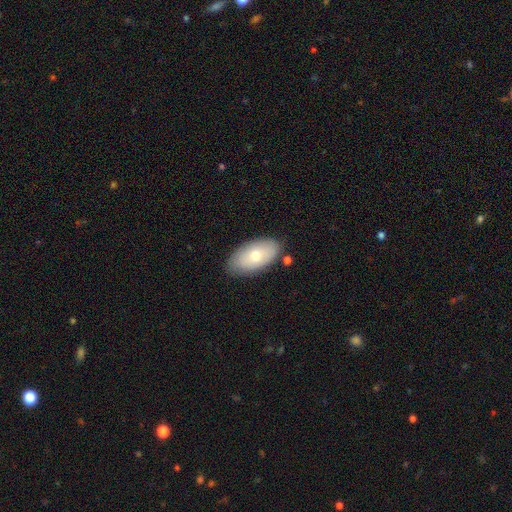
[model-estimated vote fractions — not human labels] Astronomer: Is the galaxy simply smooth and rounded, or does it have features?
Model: smooth — 66%.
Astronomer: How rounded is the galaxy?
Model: in between — 94%.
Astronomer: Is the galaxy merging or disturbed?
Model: none — 83%.